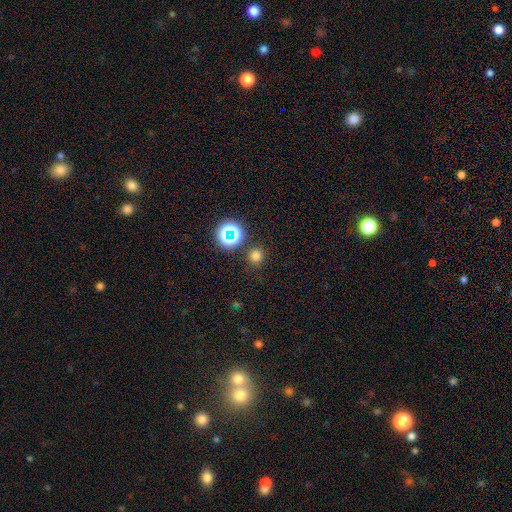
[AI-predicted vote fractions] Smooth or featured? smooth (71%)
How rounded? round (90%)
Merging? none (84%)